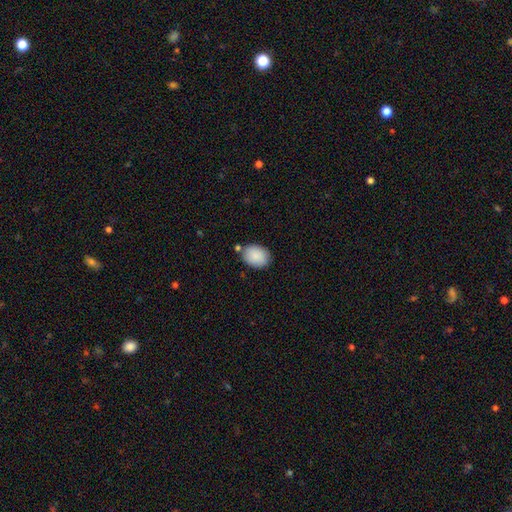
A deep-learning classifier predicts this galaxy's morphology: type=smooth (89%); roundness=in between (72%); merging=none (76%).